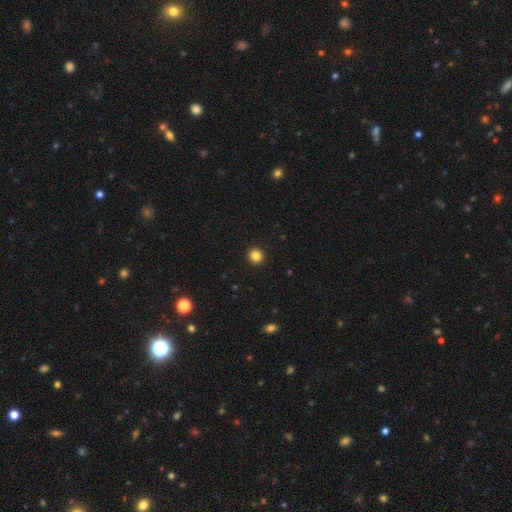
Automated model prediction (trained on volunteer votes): Morphology: type=smooth (85%); roundness=round (93%); merging=none (94%).